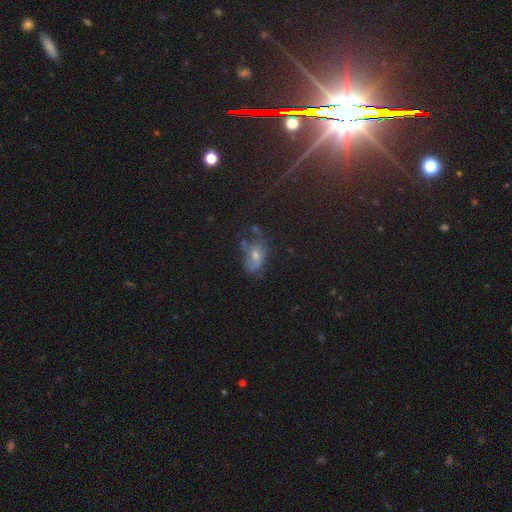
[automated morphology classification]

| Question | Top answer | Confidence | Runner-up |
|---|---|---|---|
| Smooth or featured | smooth | 48% | featured or disk (31%) |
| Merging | none | 36% | minor disturbance (28%) |